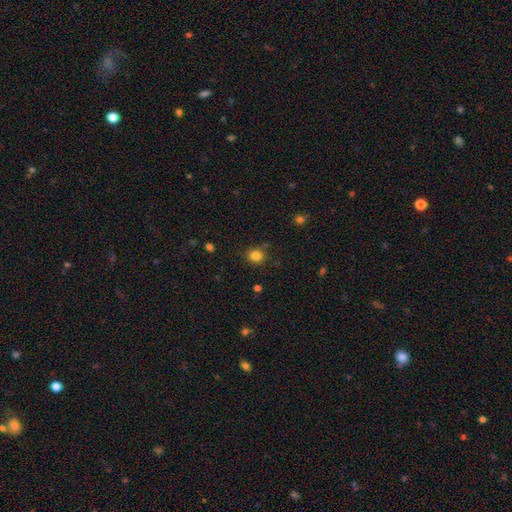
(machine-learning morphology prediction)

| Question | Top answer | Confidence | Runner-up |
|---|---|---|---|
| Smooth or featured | smooth | 82% | star or artifact (13%) |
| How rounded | round | 84% | in between (15%) |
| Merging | none | 82% | minor disturbance (11%) |